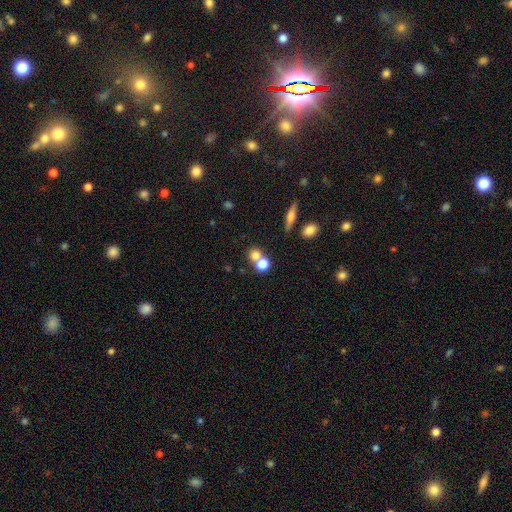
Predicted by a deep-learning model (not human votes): smooth 74%, featured or disk 13%, star or artifact 13%. Down the decision tree: how rounded — round (82%); merging — none (45%, tied with merger).